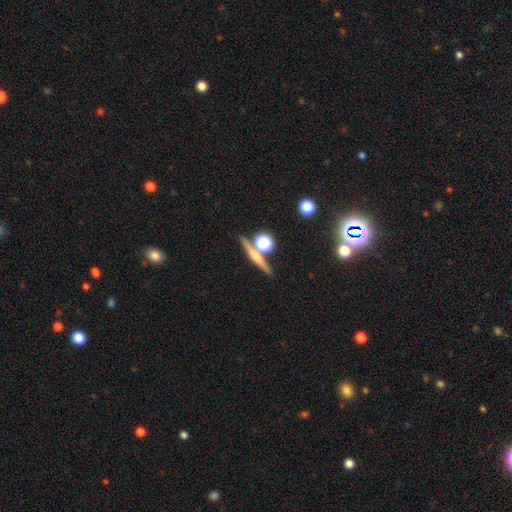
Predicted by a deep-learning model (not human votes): The model was most divided on "smooth or featured": featured or disk: 49%, smooth: 37%, star or artifact: 15%. More confident: merging — none (75%).